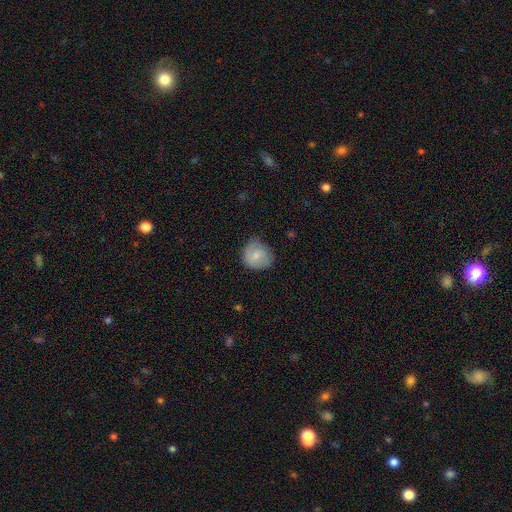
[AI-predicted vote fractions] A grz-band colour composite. It shows a smooth galaxy with no disk features (64%) that is round (79%). Merging: none (62%).